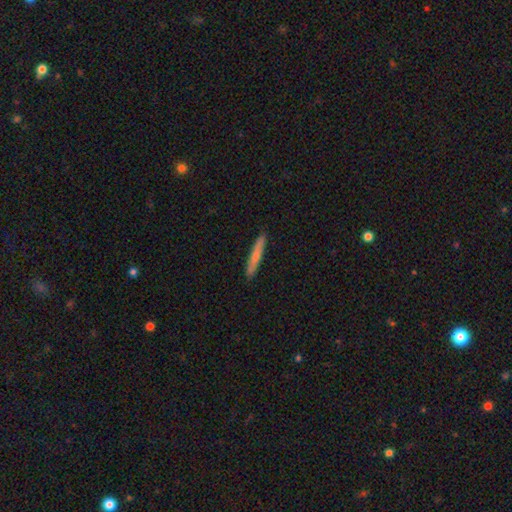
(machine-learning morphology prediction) Smooth or featured?
  - smooth: 71% *
  - featured or disk: 23%
  - star or artifact: 6%
How rounded?
  - cigar-shaped: 95% *
  - in between: 4%
  - round: 1%
Merging?
  - none: 91% *
  - minor disturbance: 7%
  - major disturbance: 1%
  - merger: 1%